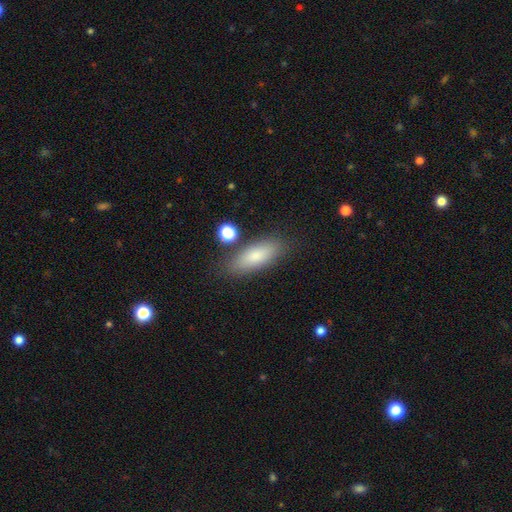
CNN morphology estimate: Smooth or featured: smooth — 81% (featured or disk — 12%)
How rounded: in between — 69% (cigar-shaped — 28%)
Merging: none — 78% (minor disturbance — 13%)